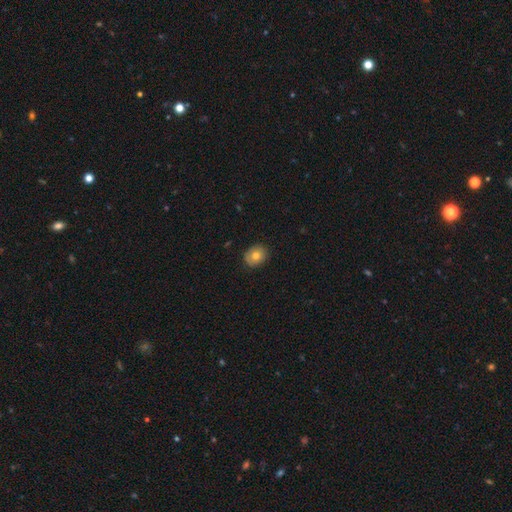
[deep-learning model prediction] smooth_or_featured: smooth (p=0.76) [alt: featured or disk p=0.15]
how_rounded: round (p=0.57) [alt: in between p=0.42]
merging: none (p=0.84) [alt: minor disturbance p=0.13]